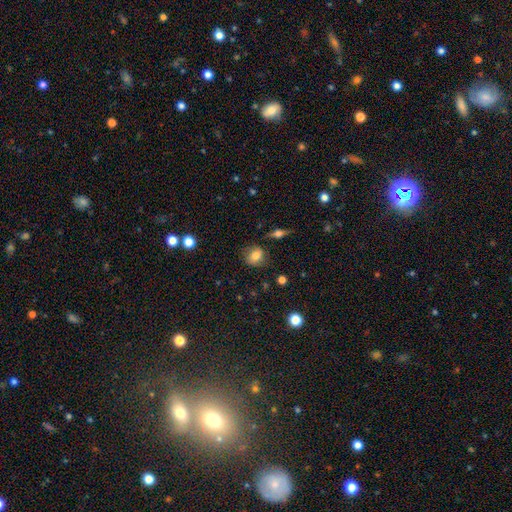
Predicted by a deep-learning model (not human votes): This is likely a smooth galaxy (75%). How rounded: likely round (71%). Merging: likely none (75%).